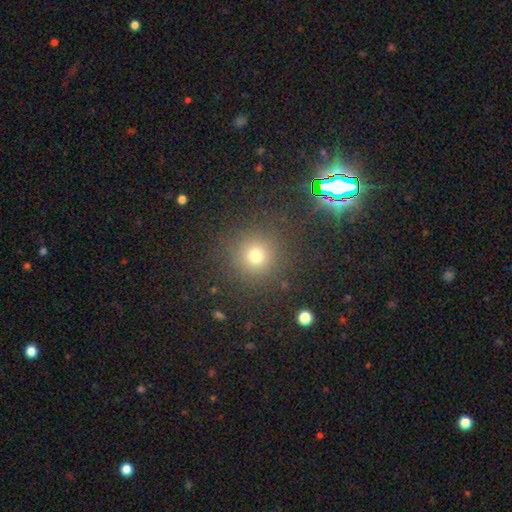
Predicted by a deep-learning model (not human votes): smooth_or_featured: smooth (p=0.72) [alt: star or artifact p=0.21]
how_rounded: round (p=0.94) [alt: in between p=0.05]
merging: none (p=0.88) [alt: minor disturbance p=0.06]